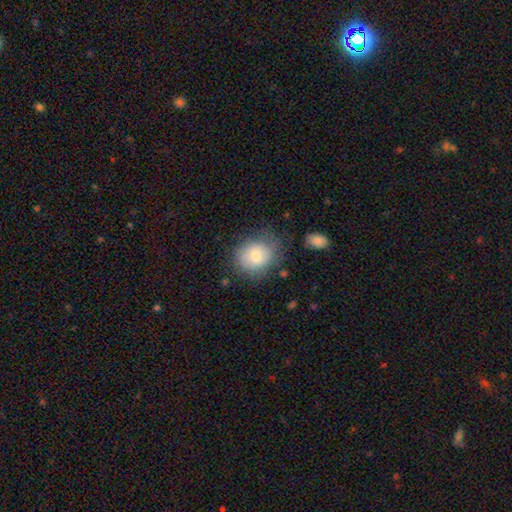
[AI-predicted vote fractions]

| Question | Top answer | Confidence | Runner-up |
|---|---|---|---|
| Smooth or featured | smooth | 74% | featured or disk (19%) |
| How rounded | round | 65% | in between (34%) |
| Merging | none | 65% | minor disturbance (22%) |